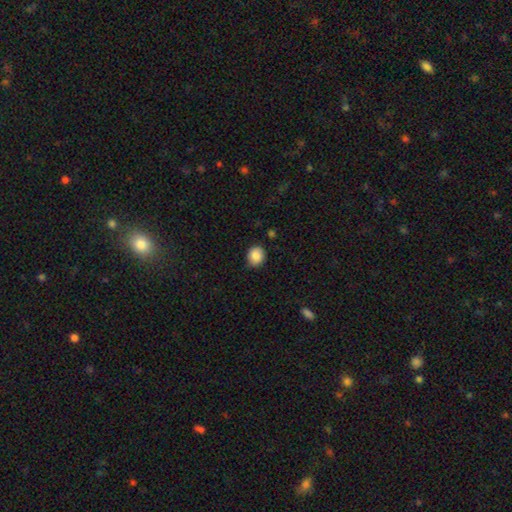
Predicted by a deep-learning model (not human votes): smooth_or_featured: smooth (p=0.85) [alt: star or artifact p=0.09]
how_rounded: round (p=0.72) [alt: in between p=0.27]
merging: none (p=0.80) [alt: minor disturbance p=0.16]